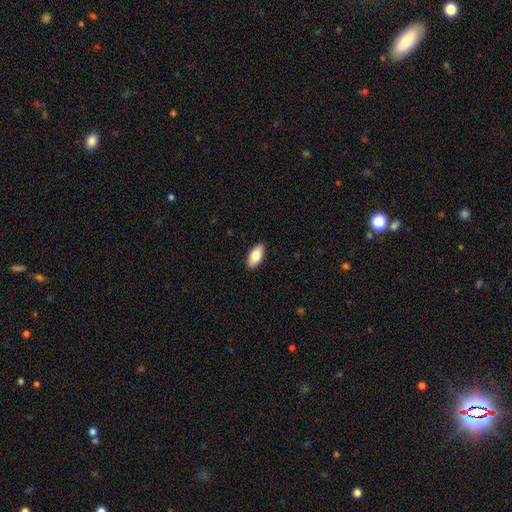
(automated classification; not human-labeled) This appears to be a smooth galaxy with no disk features (81%) that is in between round and cigar-shaped (91%). Merging: none (89%).